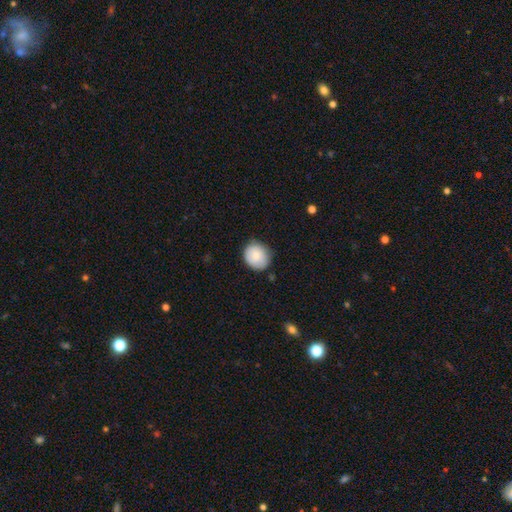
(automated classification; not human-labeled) A smooth galaxy with no disk features (84%) that is round (78%). Merging: none (79%).